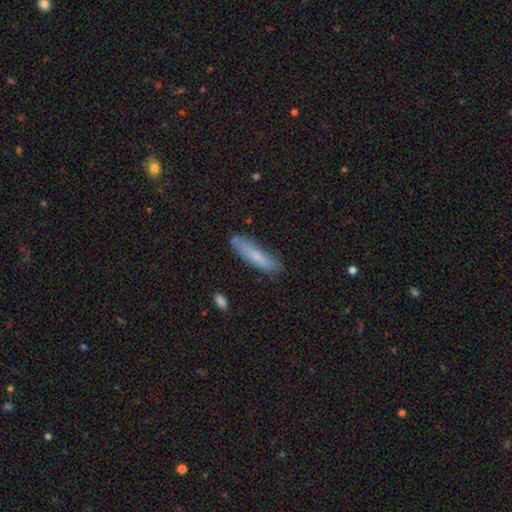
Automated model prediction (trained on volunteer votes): Smooth or featured?
  - smooth: 77% *
  - featured or disk: 17%
  - star or artifact: 7%
How rounded?
  - cigar-shaped: 81% *
  - in between: 18%
  - round: 1%
Merging?
  - none: 77% *
  - minor disturbance: 17%
  - major disturbance: 3%
  - merger: 3%